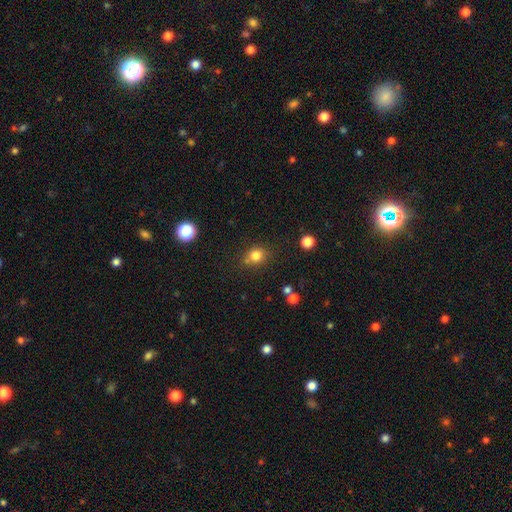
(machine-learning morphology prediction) This is clearly a smooth galaxy (81%). How rounded: likely round (69%). Merging: likely none (72%).